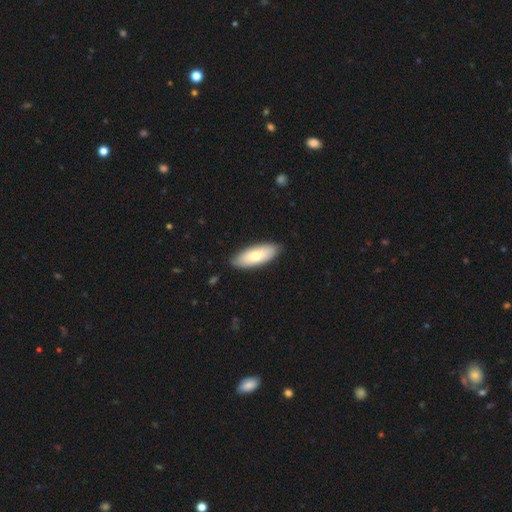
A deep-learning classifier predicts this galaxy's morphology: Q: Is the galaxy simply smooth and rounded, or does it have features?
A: smooth — 74%.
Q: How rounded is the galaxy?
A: in between — 79%.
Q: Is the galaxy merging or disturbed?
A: none — 87%.